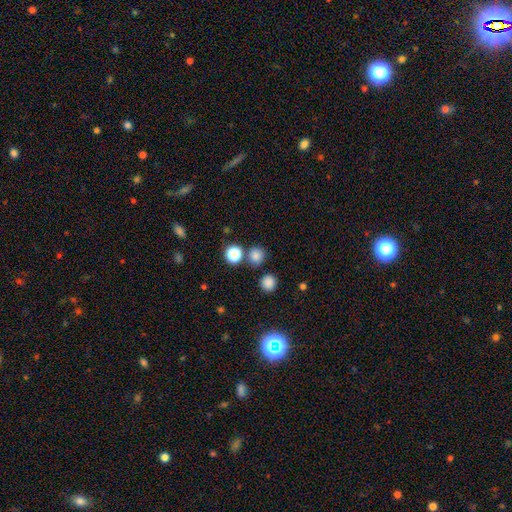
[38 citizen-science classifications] This appears to be a smooth galaxy with no disk features (82%) that is round (100%). Merging: none (77%).